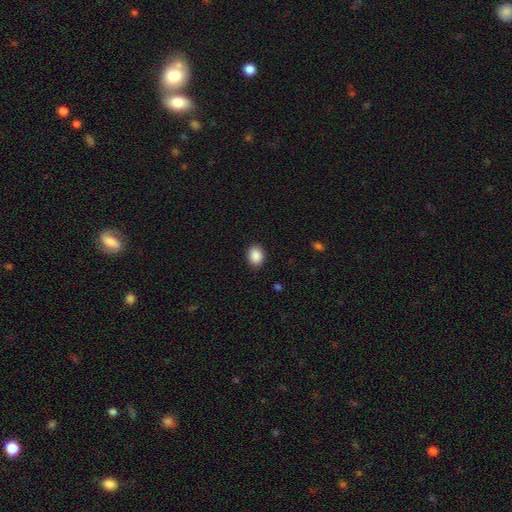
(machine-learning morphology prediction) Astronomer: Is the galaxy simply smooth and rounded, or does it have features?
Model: smooth — 89%.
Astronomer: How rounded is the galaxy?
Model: in between — 61% (runner-up: round, 38%).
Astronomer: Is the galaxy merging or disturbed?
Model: none — 88%.